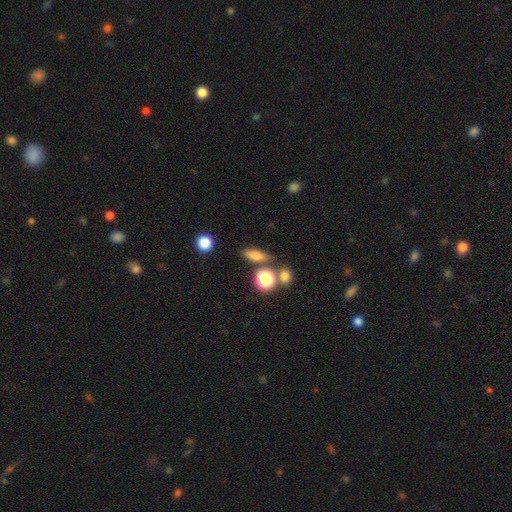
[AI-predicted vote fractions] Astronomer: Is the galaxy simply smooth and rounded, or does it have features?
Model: smooth — 75%.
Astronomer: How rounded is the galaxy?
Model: in between — 60%.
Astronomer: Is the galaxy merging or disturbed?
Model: none — 71%.